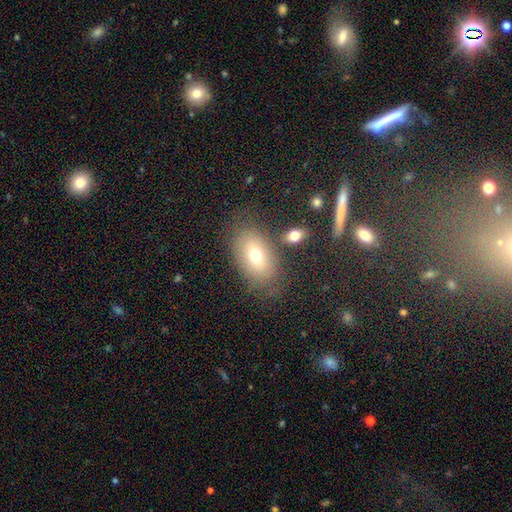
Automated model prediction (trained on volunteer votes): Smooth or featured? Predicted: smooth (p=0.68). How rounded? Predicted: in between (p=0.87). Merging? Predicted: none (p=0.71).